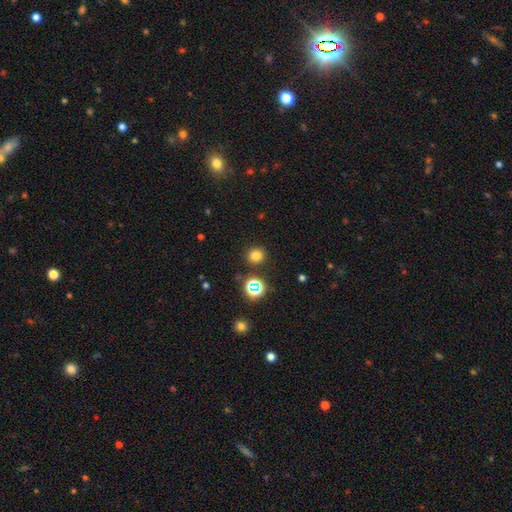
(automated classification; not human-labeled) A smooth galaxy with no disk features (75%) that is round (90%). Merging: none (89%).